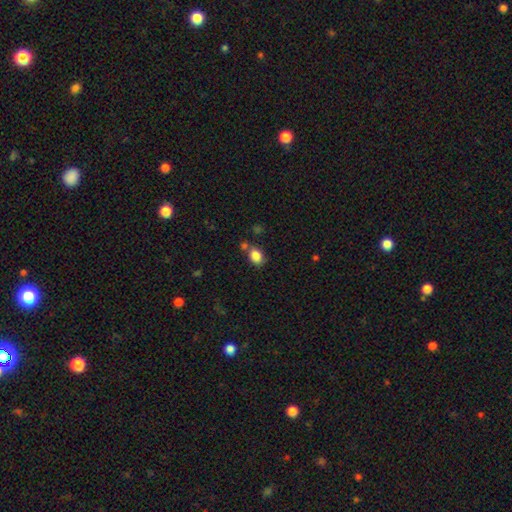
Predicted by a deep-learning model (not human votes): This appears to be a smooth galaxy with no disk features (85%) that is in between round and cigar-shaped (65%). Merging: none (65%).